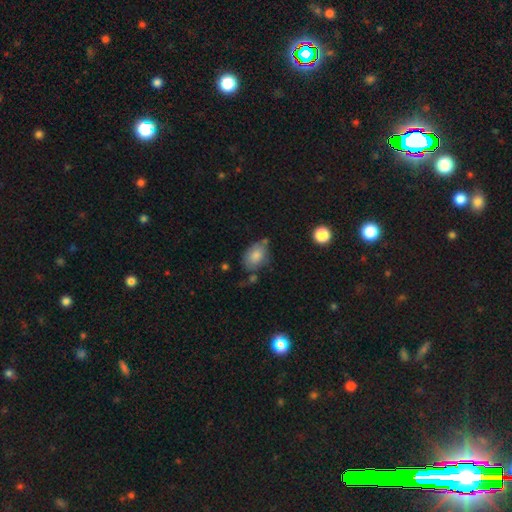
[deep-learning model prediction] A smooth galaxy with no disk features (79%) that is in between round and cigar-shaped (83%). Merging: none (57%).